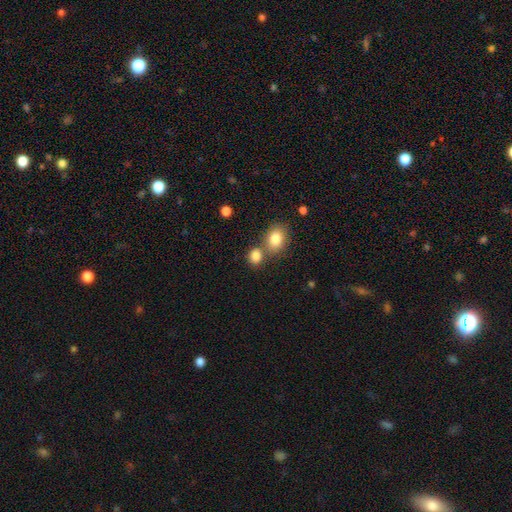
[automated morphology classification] smooth 83%, star or artifact 10%, featured or disk 7%. Down the decision tree: how rounded — round (62%); merging — none (53%).